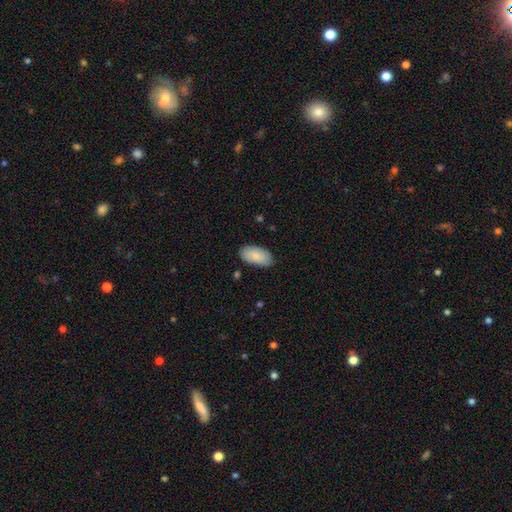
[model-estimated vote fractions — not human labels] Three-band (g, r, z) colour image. It shows a smooth galaxy with no disk features (83%) that is in between round and cigar-shaped (95%). Merging: none (82%).